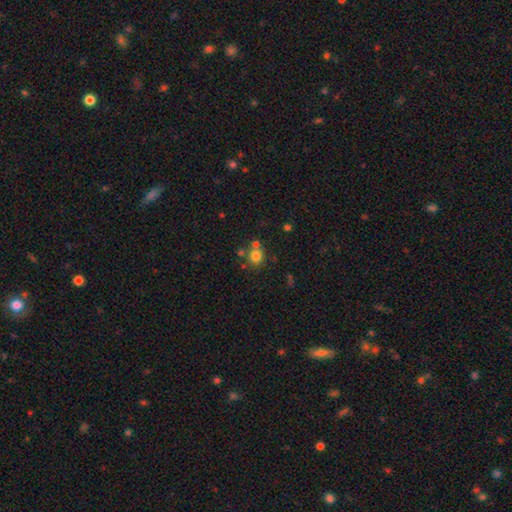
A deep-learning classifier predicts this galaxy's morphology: The model was most divided on "merging": none: 63%, merger: 24%, minor disturbance: 9%, major disturbance: 4%. More confident: how rounded — round (87%); smooth or featured — smooth (77%).